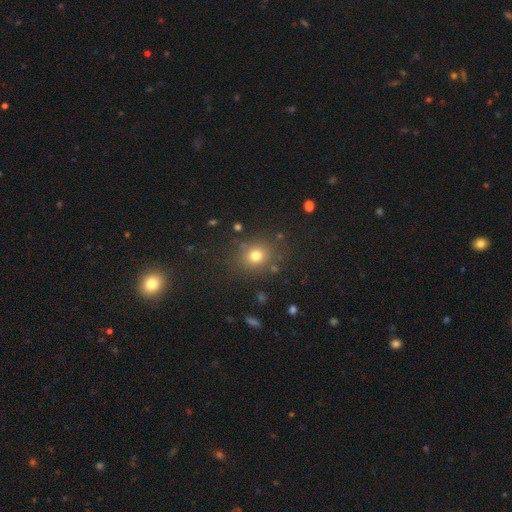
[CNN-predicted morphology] Smooth or featured?
  - smooth: 75% *
  - star or artifact: 17%
  - featured or disk: 9%
How rounded?
  - round: 78% *
  - in between: 21%
  - cigar-shaped: 1%
Merging?
  - none: 84% *
  - minor disturbance: 9%
  - major disturbance: 4%
  - merger: 3%